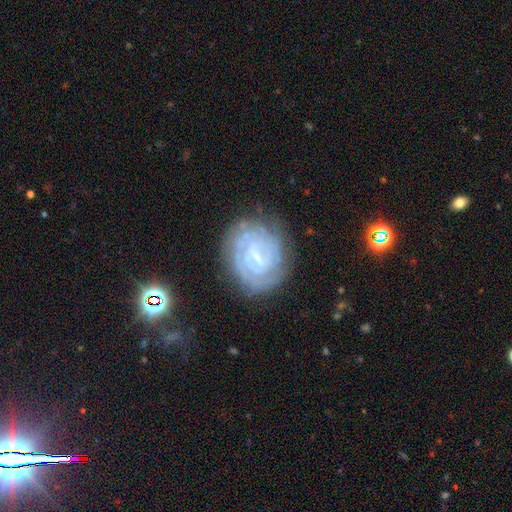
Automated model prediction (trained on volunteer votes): Smooth or featured: featured or disk — 82% (smooth — 10%)
Edge-on disk: no — 98% (yes — 2%)
Bar: weak — 50% (strong — 33%)
Spiral arms: yes — 94% (no — 6%)
Spiral winding: tight — 78% (medium — 18%)
Spiral arm count: 2 — 33% (tied with can't tell — 33%)
Bulge size: small — 69% (none — 15%)
Merging: none — 79% (minor disturbance — 14%)